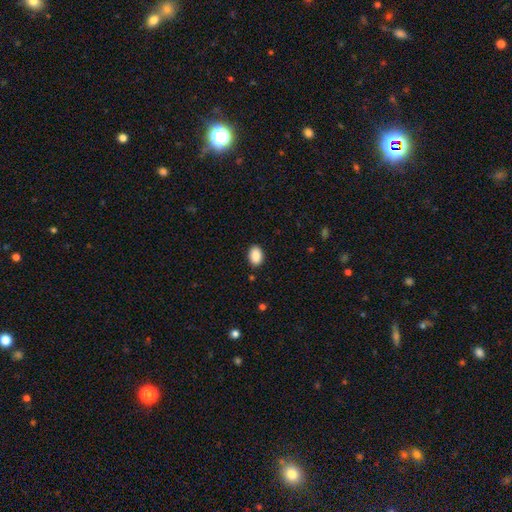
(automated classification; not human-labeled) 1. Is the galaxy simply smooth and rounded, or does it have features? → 90% smooth, 7% star or artifact, 3% featured or disk.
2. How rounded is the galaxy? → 84% in between, 15% round, 1% cigar-shaped.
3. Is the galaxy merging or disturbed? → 89% none, 8% minor disturbance, 2% major disturbance, 1% merger.